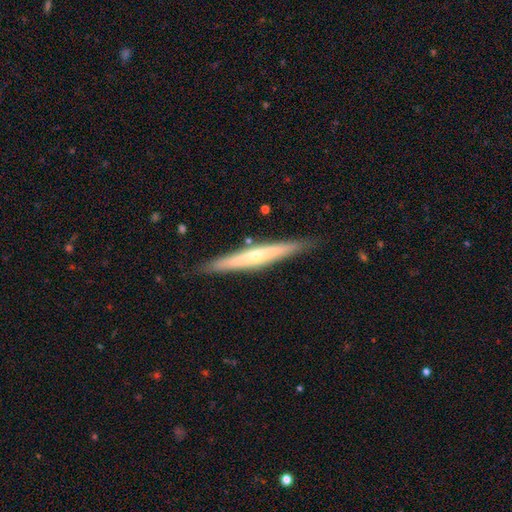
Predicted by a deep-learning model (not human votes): A featured or disk galaxy (61%) viewed edge-on (95%) with a rounded central bulge (61%). Merging: none (89%).